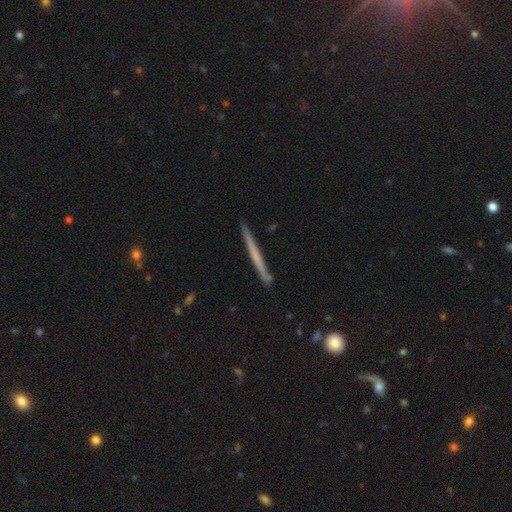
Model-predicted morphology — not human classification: smooth-or-featured: featured or disk: 50% | smooth: 44% | star or artifact: 5%
  disk-edge-on: yes: 97% | no: 3%
  merging: none: 90% | minor disturbance: 8% | merger: 1% | major disturbance: 1%